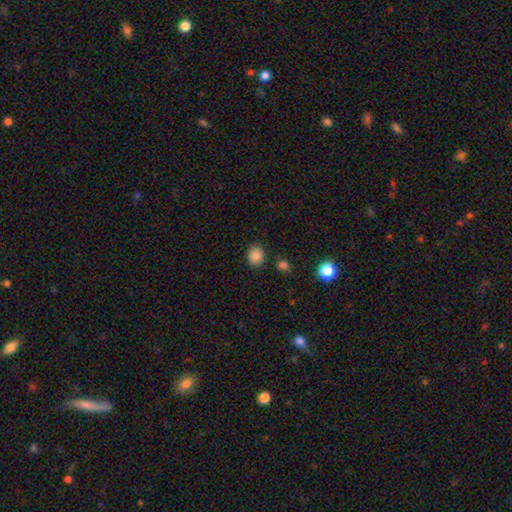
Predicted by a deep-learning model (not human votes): A smooth galaxy with no disk features (84%) that is round (59%). Merging: none (85%).